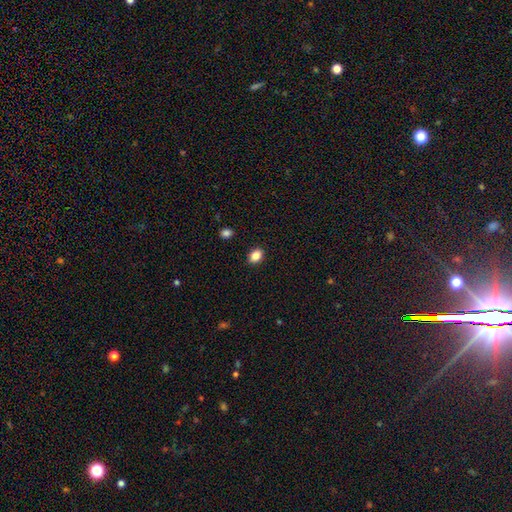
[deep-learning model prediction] Q: Smooth or featured?
A: smooth (87%); runner-up: star or artifact (9%)
Q: How rounded?
A: in between (73%); runner-up: round (26%)
Q: Merging?
A: none (89%); runner-up: minor disturbance (8%)